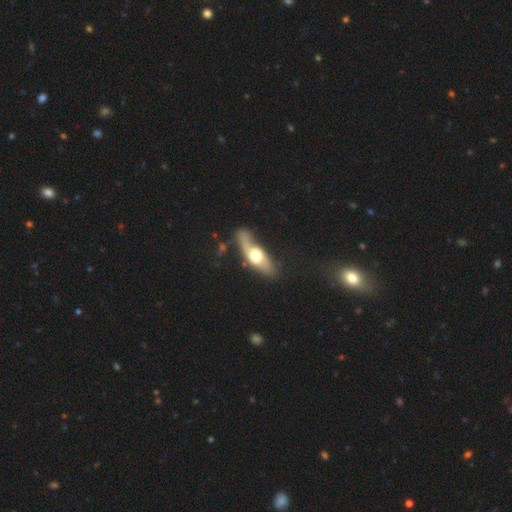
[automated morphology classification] This appears to be a featured or disk galaxy (56%). Merging: none (49%).